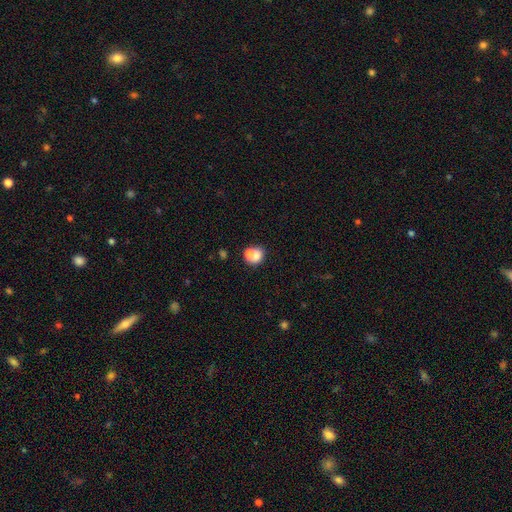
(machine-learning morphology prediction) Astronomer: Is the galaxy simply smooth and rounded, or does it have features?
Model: smooth — 69%.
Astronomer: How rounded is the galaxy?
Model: round — 69%.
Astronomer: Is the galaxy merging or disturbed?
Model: merger — 51% (runner-up: none, 35%).